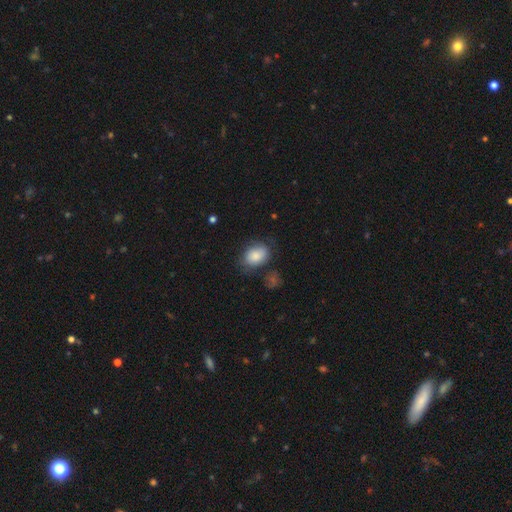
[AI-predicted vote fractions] This appears to be a smooth galaxy with no disk features (83%) that is in between round and cigar-shaped (77%). Merging: none (63%).